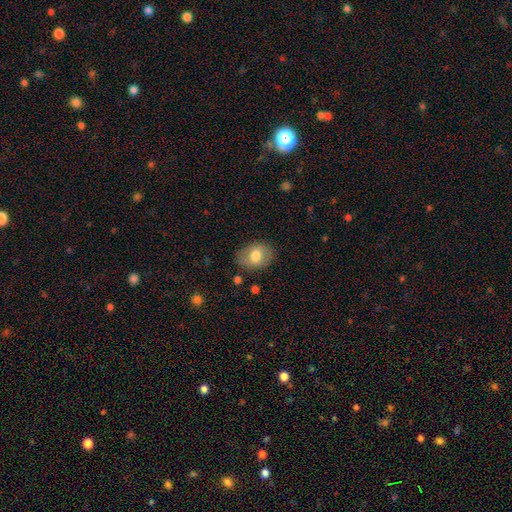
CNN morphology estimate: This is likely a smooth galaxy (73%). How rounded: likely in between (72%). Merging: clearly none (83%).